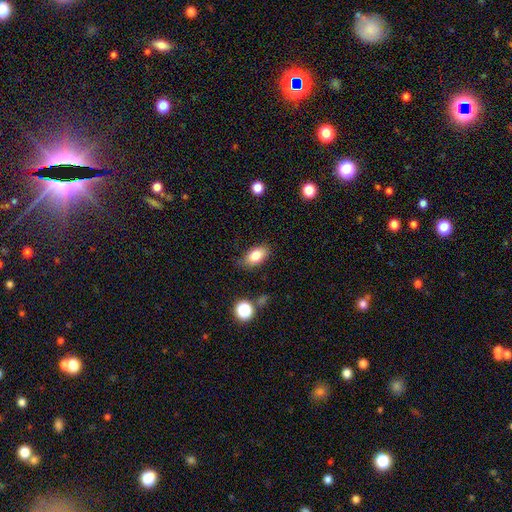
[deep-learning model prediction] Smooth or featured? Predicted: smooth (p=0.80). How rounded? Predicted: in between (p=0.89). Merging? Predicted: none (p=0.80).